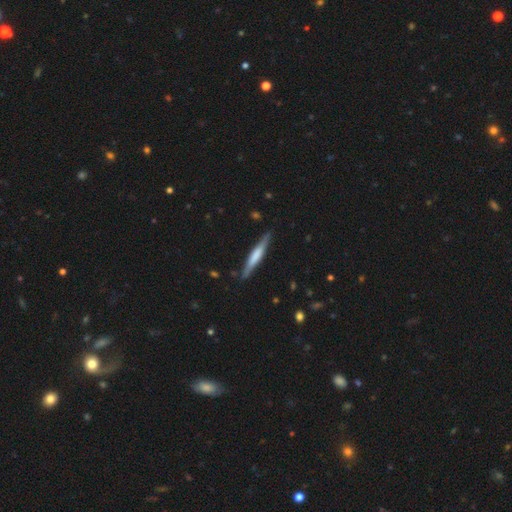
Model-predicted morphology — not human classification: Q: Smooth or featured?
A: featured or disk (49%); runner-up: smooth (46%)
Q: Merging?
A: none (86%); runner-up: minor disturbance (11%)